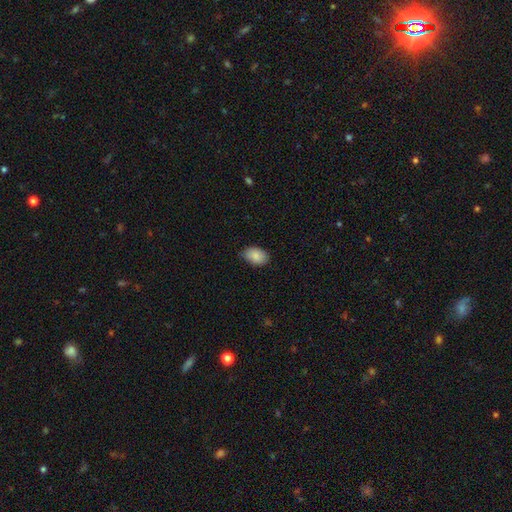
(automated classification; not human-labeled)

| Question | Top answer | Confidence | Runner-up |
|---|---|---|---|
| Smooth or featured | smooth | 88% | star or artifact (7%) |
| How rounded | in between | 88% | round (10%) |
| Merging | none | 77% | minor disturbance (20%) |